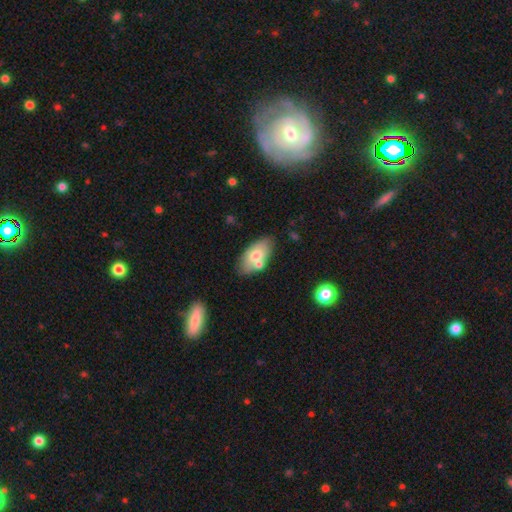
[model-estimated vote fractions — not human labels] Smooth or featured: smooth — 66% (featured or disk — 27%)
How rounded: in between — 93% (round — 4%)
Merging: none — 64% (merger — 17%)